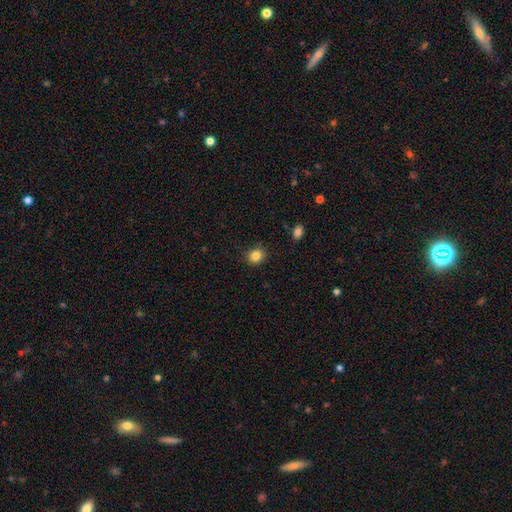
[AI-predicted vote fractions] smooth_or_featured: smooth (p=0.84) [alt: star or artifact p=0.11]
how_rounded: round (p=0.75) [alt: in between p=0.24]
merging: none (p=0.86) [alt: minor disturbance p=0.10]